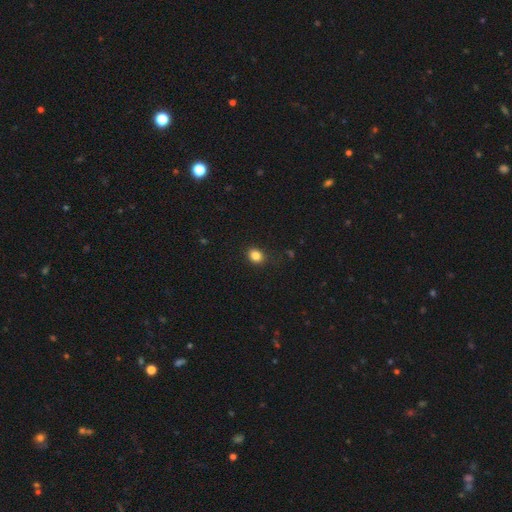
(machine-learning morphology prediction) A smooth galaxy with no disk features (84%) that is round (56%). Merging: none (87%).